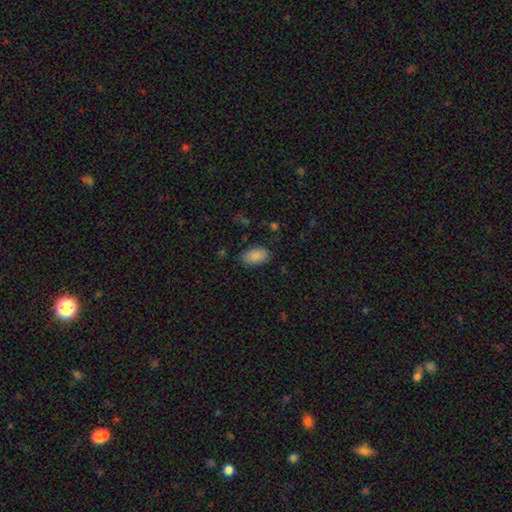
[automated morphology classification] This appears to be a smooth galaxy with no disk features (88%) that is in between round and cigar-shaped (93%). Merging: none (83%).